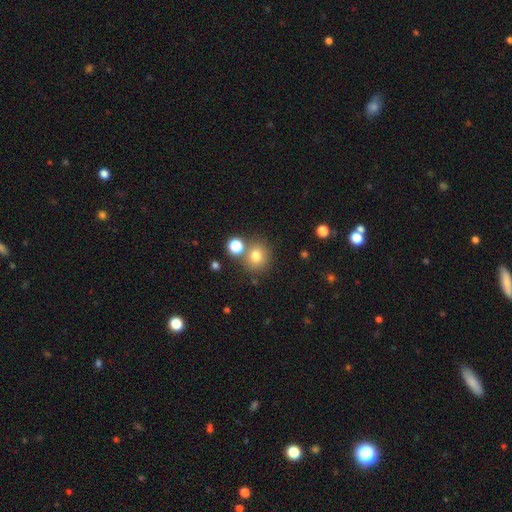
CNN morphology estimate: Q: Smooth or featured?
A: smooth (76%); runner-up: star or artifact (15%)
Q: How rounded?
A: round (85%); runner-up: in between (14%)
Q: Merging?
A: none (71%); runner-up: merger (17%)